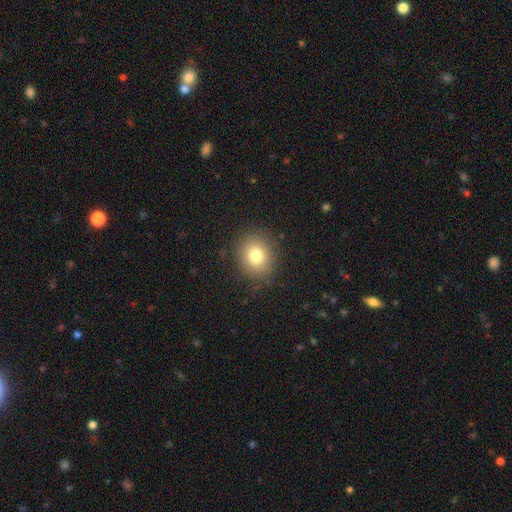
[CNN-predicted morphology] type=smooth (78%); roundness=round (72%); merging=none (84%).